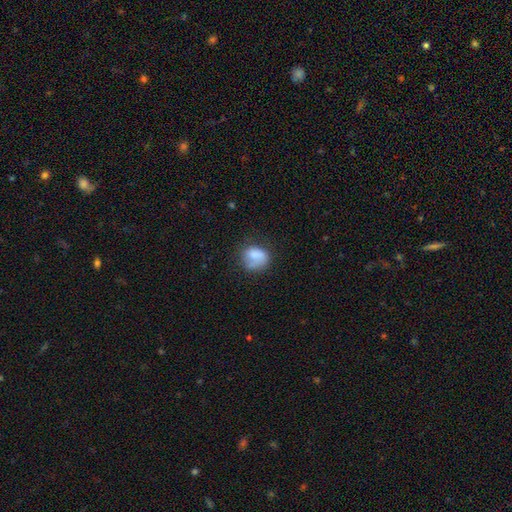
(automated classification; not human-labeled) This appears to be a smooth galaxy with no disk features (76%) that is round (58%). Merging: none (49%).